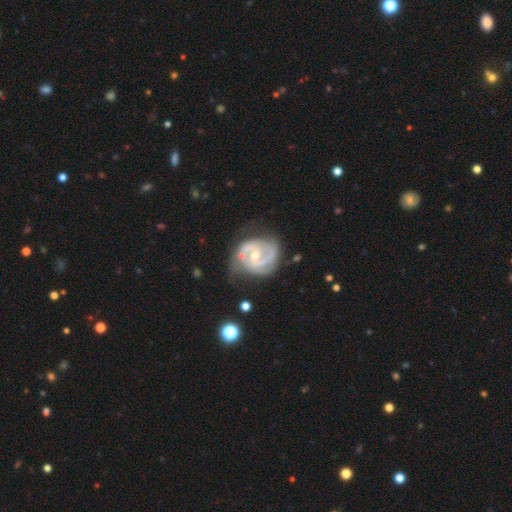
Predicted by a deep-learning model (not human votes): Overall: featured or disk (85%). Edge-on disk: no (98%). Bar: weak (43%; no 41%). Spiral arms: yes (90%). Spiral arm count: 2 (71%). Spiral winding: medium (44%; tight 42%). Bulge size: moderate (57%; small 39%). Merging: none (55%; minor disturbance 27%).